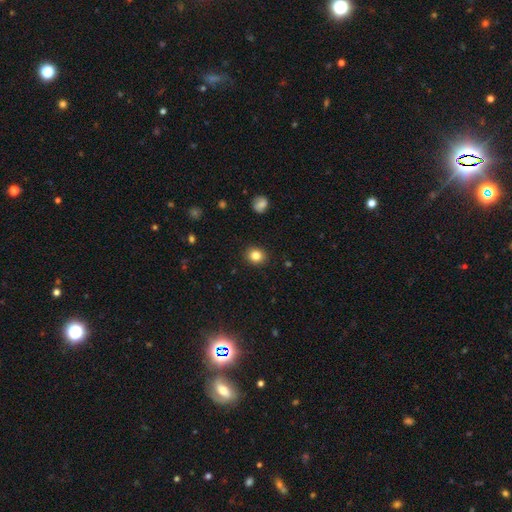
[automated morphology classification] type=smooth (83%); roundness=round (68%); merging=none (90%).